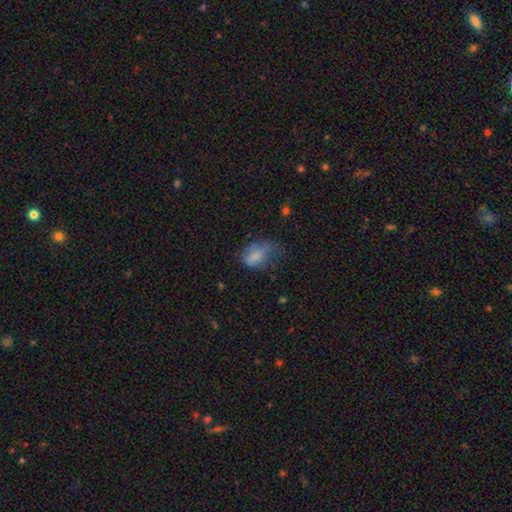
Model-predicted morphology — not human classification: Smooth or featured: smooth — 69% (featured or disk — 21%)
How rounded: in between — 85% (round — 13%)
Merging: major disturbance — 39% (minor disturbance — 32%)